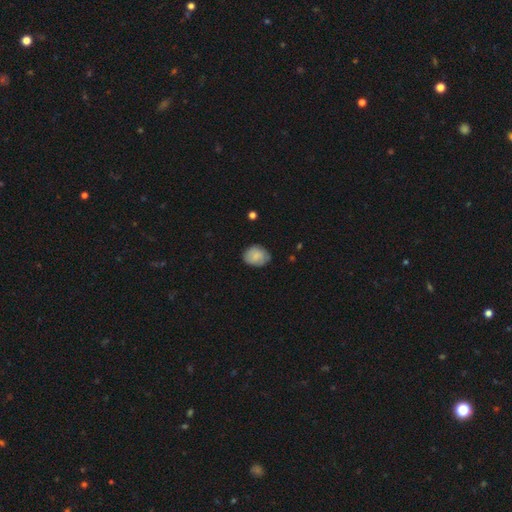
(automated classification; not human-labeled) Smooth or featured: smooth — 82% (featured or disk — 11%)
How rounded: in between — 53% (round — 46%)
Merging: none — 71% (minor disturbance — 24%)